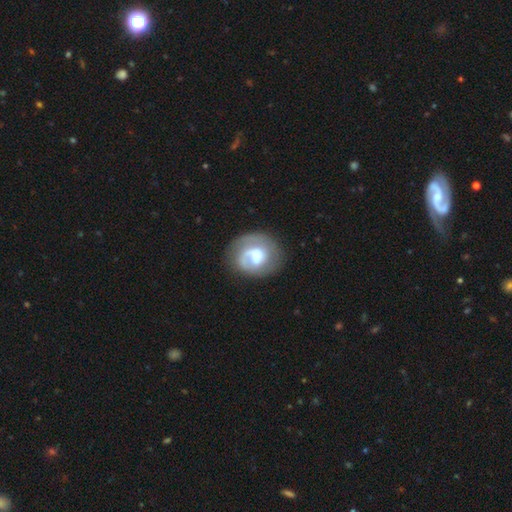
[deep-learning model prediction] This is possibly a featured or disk galaxy (60%). It is clearly not viewed edge-on (98%). Bar: possibly no (58%). Spiral arm pattern: likely yes (78%). Central bulge: marginally moderate (37%). Merging: possibly none (60%).